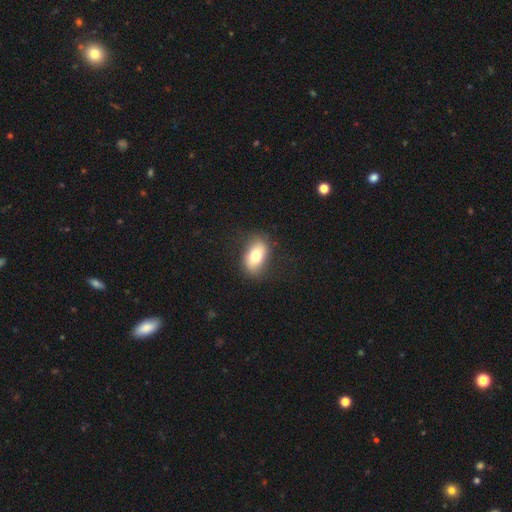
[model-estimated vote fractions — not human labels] A smooth galaxy with no disk features (73%) that is in between round and cigar-shaped (87%). Merging: none (80%).